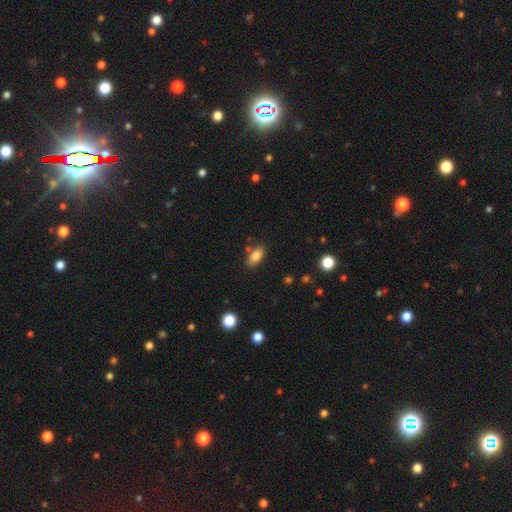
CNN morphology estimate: Smooth or featured? smooth (83%)
How rounded? in between (88%)
Merging? none (78%)